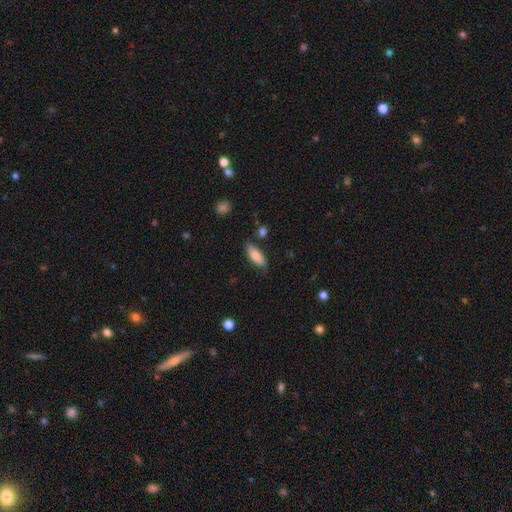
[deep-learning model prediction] smooth 80%, featured or disk 14%, star or artifact 7%. Down the decision tree: how rounded — in between (77%); merging — none (80%).